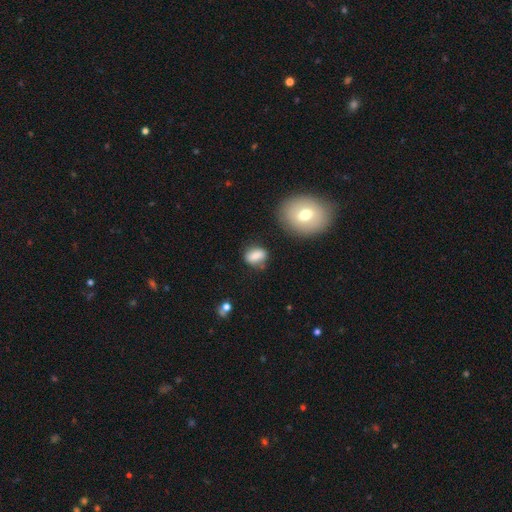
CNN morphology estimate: Overall: smooth (78%). How rounded: in between (72%). Merging: none (64%).